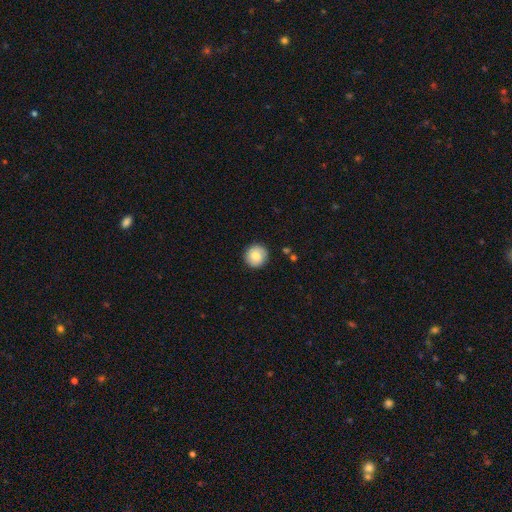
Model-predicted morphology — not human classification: A smooth galaxy with no disk features (80%) that is round (93%). Merging: none (89%).